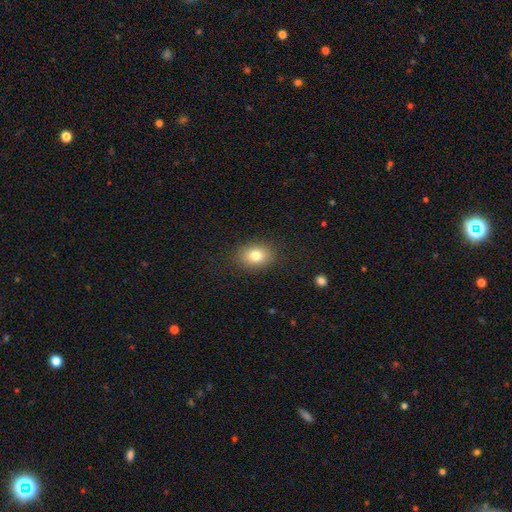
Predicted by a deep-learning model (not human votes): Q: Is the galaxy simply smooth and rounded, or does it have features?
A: smooth — 81%.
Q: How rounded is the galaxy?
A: in between — 65%.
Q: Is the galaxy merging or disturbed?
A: none — 87%.